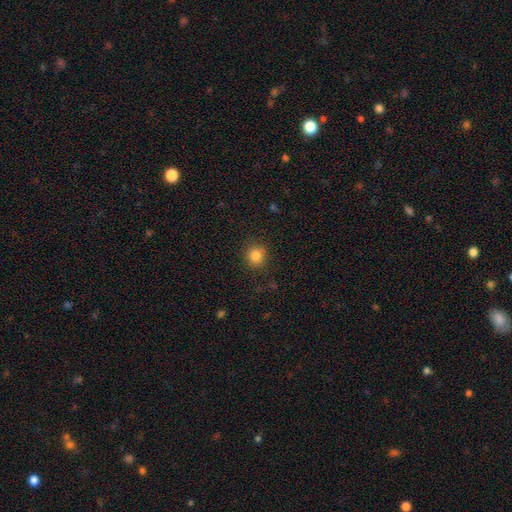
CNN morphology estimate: smooth_or_featured: smooth (p=0.83) [alt: star or artifact p=0.12]
how_rounded: round (p=0.88) [alt: in between p=0.11]
merging: none (p=0.87) [alt: minor disturbance p=0.09]